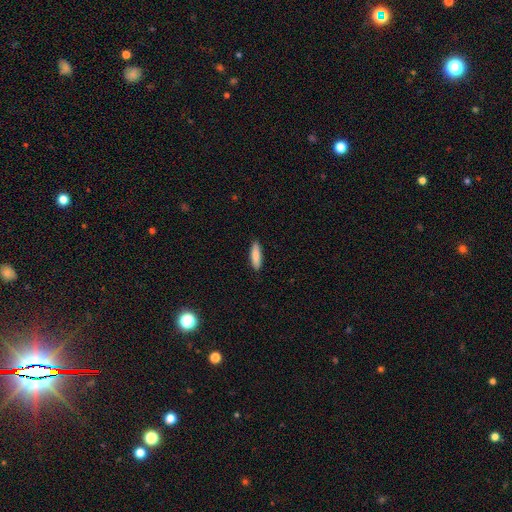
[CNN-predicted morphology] smooth 88%, featured or disk 6%, star or artifact 6%. Down the decision tree: how rounded — cigar-shaped (60%); merging — none (89%).